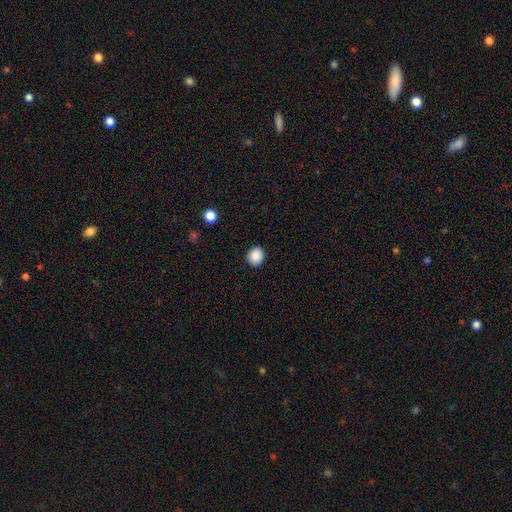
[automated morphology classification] type=smooth (88%); roundness=round (79%); merging=none (90%).